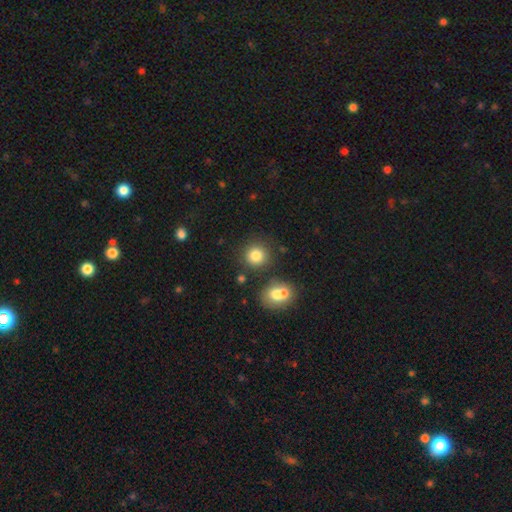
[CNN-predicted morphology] Smooth or featured?
  - smooth: 81% *
  - star or artifact: 12%
  - featured or disk: 7%
How rounded?
  - round: 90% *
  - in between: 9%
  - cigar-shaped: 1%
Merging?
  - none: 79% *
  - merger: 10%
  - minor disturbance: 8%
  - major disturbance: 3%